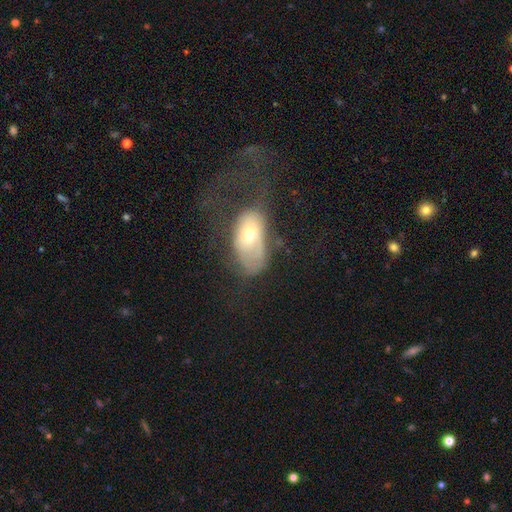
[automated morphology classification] A smooth galaxy with no disk features (54%) that is in between round and cigar-shaped (88%). Merging: major disturbance (49%).